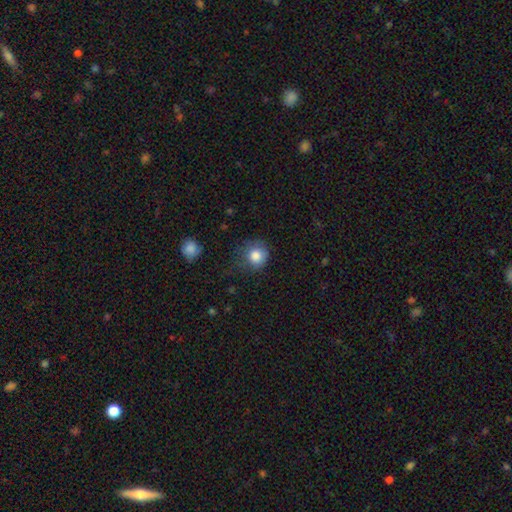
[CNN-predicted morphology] This appears to be a smooth galaxy with no disk features (83%) that is round (87%). Merging: none (60%).